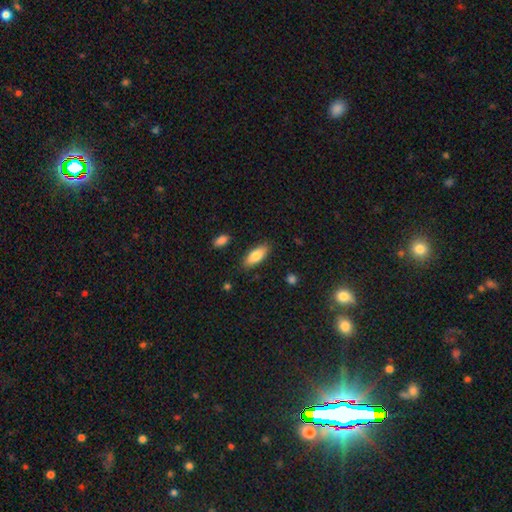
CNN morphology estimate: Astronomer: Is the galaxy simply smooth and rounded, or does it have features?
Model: smooth — 79%.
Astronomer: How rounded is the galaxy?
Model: in between — 77%.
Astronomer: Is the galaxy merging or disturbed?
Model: none — 85%.